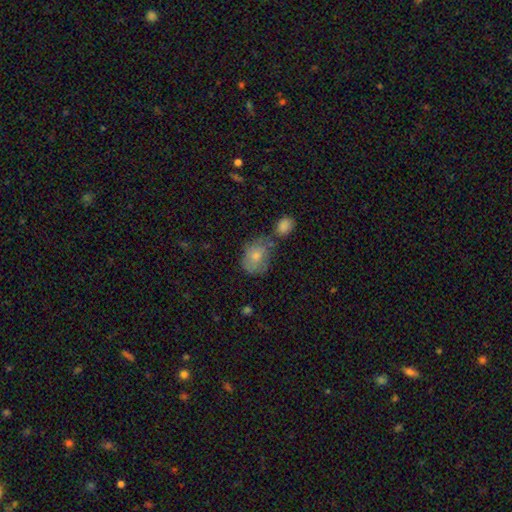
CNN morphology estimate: The model was most divided on "how rounded": in between: 62%, round: 37%, cigar-shaped: 2%. Remaining: smooth or featured — smooth (59%); merging — none (48%).